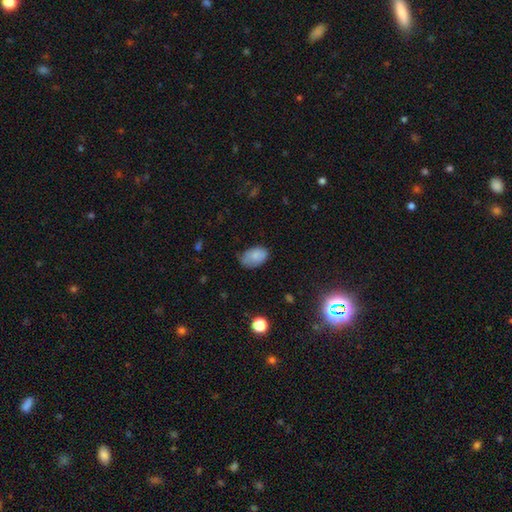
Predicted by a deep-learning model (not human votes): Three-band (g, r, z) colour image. It shows a smooth galaxy with no disk features (80%) that is in between round and cigar-shaped (90%). Merging: none (62%).